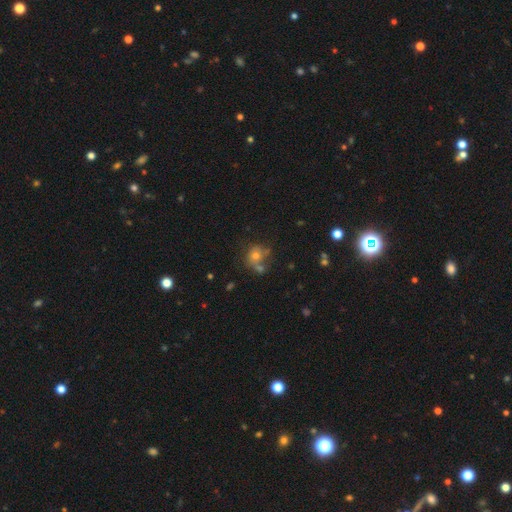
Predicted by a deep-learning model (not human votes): Morphology: type=smooth (62%); roundness=round (71%); merging=none (46%).